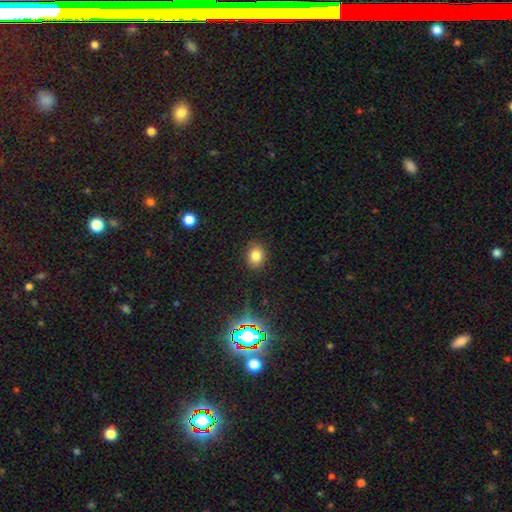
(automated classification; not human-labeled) Smooth or featured?
  - smooth: 79% *
  - star or artifact: 14%
  - featured or disk: 7%
How rounded?
  - round: 53% *
  - in between: 46%
  - cigar-shaped: 1%
Merging?
  - none: 85% *
  - minor disturbance: 11%
  - major disturbance: 3%
  - merger: 1%